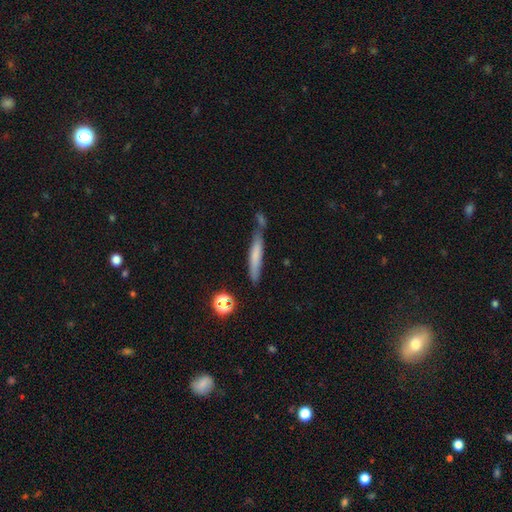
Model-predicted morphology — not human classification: smooth-or-featured: smooth: 65% | featured or disk: 26% | star or artifact: 9%
  how-rounded: cigar-shaped: 91% | in between: 7% | round: 2%
  merging: none: 57% | minor disturbance: 19% | merger: 17% | major disturbance: 7%